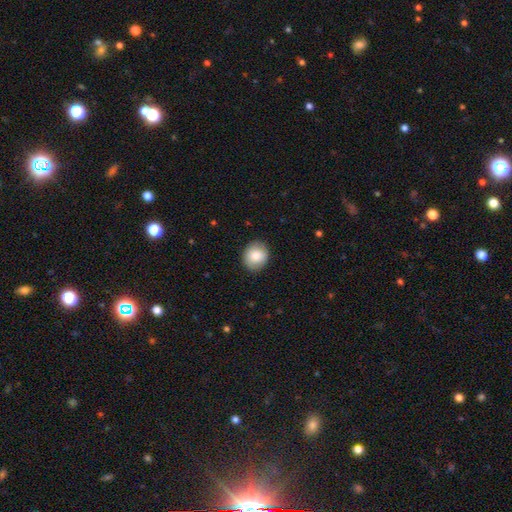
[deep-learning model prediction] Smooth or featured? smooth (84%)
How rounded? round (69%)
Merging? none (89%)